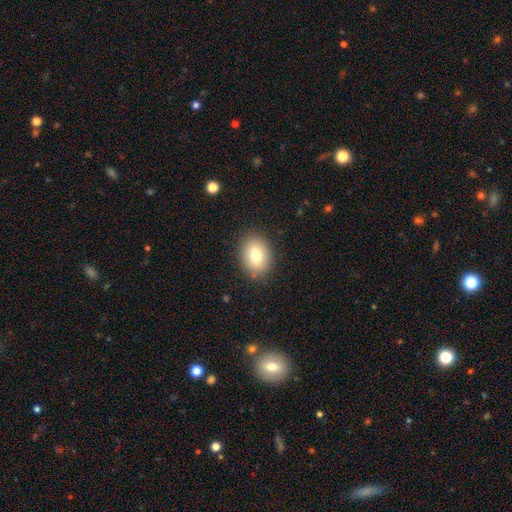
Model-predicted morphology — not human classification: smooth_or_featured: smooth (p=0.78) [alt: featured or disk p=0.13]
how_rounded: in between (p=0.66) [alt: round p=0.33]
merging: none (p=0.86) [alt: minor disturbance p=0.10]